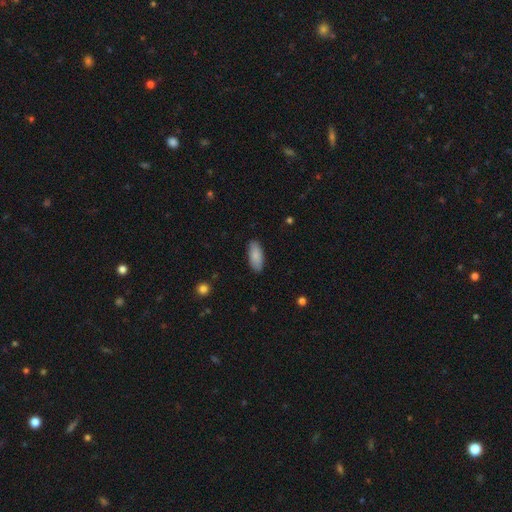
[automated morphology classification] type=smooth (86%); roundness=in between (84%); merging=none (88%).